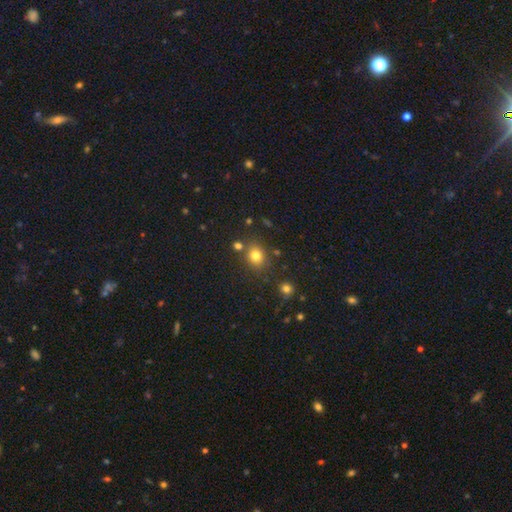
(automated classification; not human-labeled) Smooth or featured?
  - smooth: 78% *
  - star or artifact: 15%
  - featured or disk: 7%
How rounded?
  - round: 66% *
  - in between: 33%
  - cigar-shaped: 1%
Merging?
  - none: 77% *
  - minor disturbance: 11%
  - merger: 9%
  - major disturbance: 4%